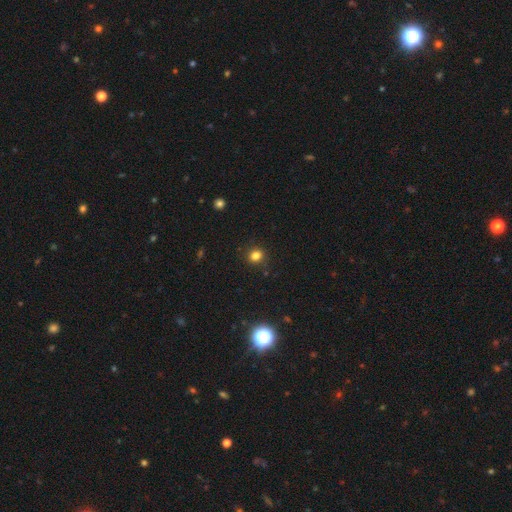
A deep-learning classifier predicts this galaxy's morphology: Smooth or featured? Predicted: smooth (p=0.81). How rounded? Predicted: round (p=0.79). Merging? Predicted: none (p=0.88).